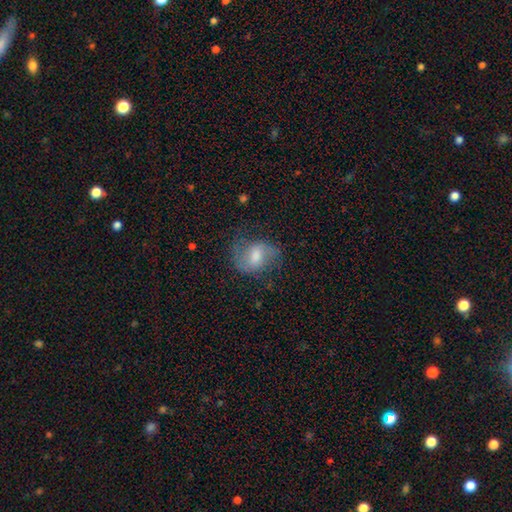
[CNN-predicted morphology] Smooth or featured? Predicted: featured or disk (p=0.57). Edge-on disk? Predicted: no (p=0.96). Bar? Predicted: weak (p=0.53). Spiral arms? Predicted: yes (p=0.88). Bulge size? Predicted: moderate (p=0.50). Merging? Predicted: none (p=0.62).